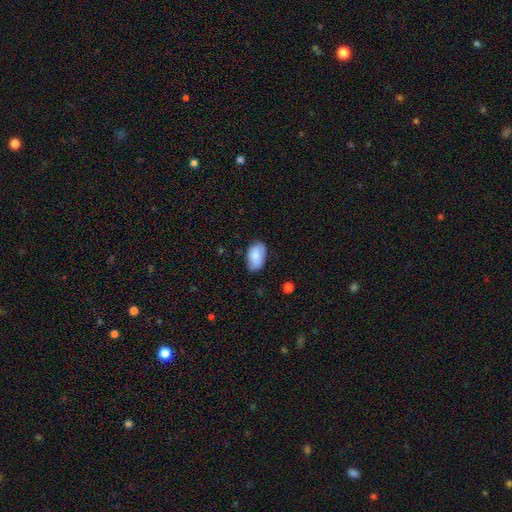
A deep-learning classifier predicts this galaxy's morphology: A smooth galaxy with no disk features (80%) that is in between round and cigar-shaped (93%). Merging: none (76%).